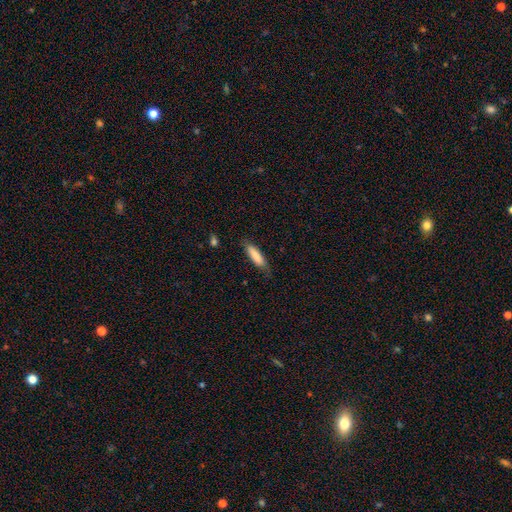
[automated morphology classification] This is clearly a smooth galaxy (83%). How rounded: likely cigar-shaped (67%). Merging: likely none (75%).